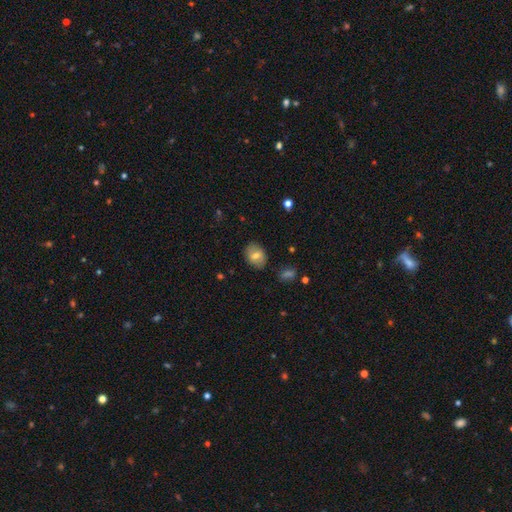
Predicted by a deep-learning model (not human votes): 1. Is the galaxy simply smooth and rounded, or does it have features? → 62% smooth, 29% featured or disk, 9% star or artifact.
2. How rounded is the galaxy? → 72% in between, 27% round, 2% cigar-shaped.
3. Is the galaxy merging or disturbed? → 83% none, 12% minor disturbance, 3% major disturbance, 2% merger.